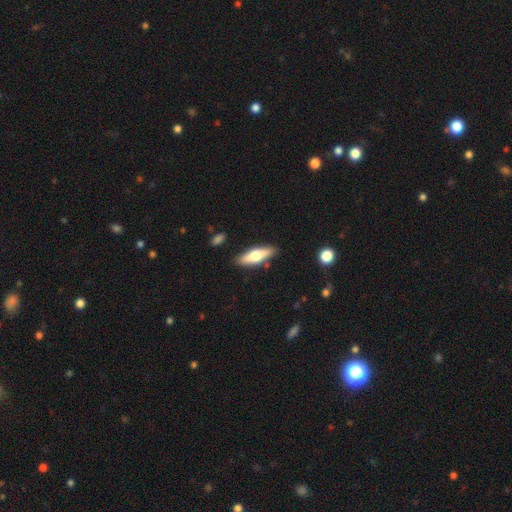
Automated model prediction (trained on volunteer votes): Smooth or featured: smooth — 55% (featured or disk — 40%)
How rounded: cigar-shaped — 53% (in between — 44%)
Merging: none — 85% (minor disturbance — 10%)